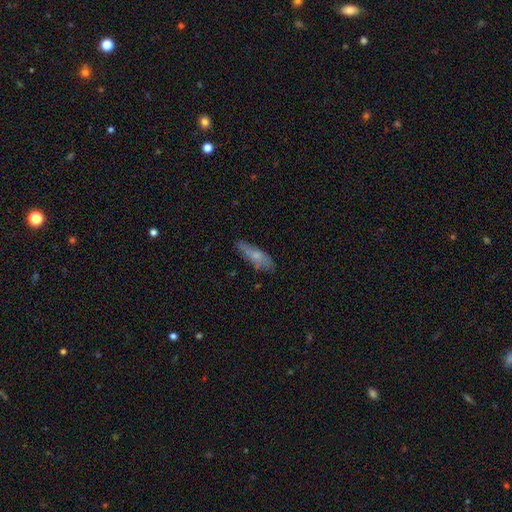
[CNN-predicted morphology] Overall: smooth (63%; featured or disk 30%). How rounded: cigar-shaped (52%; in between 45%). Merging: none (68%).